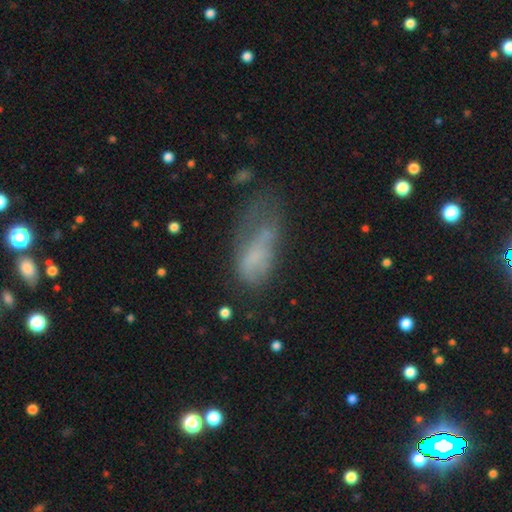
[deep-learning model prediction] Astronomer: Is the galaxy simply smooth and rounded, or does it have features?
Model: smooth — 56%.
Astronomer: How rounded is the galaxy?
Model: in between — 80%.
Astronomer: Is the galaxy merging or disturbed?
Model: major disturbance — 42% (runner-up: minor disturbance, 26%).